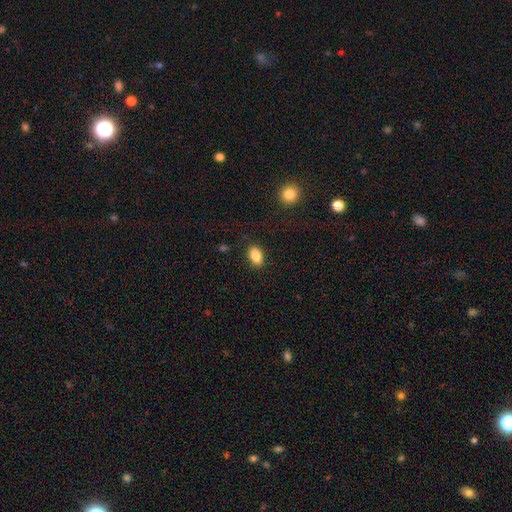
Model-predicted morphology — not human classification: Smooth or featured? Predicted: smooth (p=0.86). How rounded? Predicted: in between (p=0.89). Merging? Predicted: none (p=0.86).